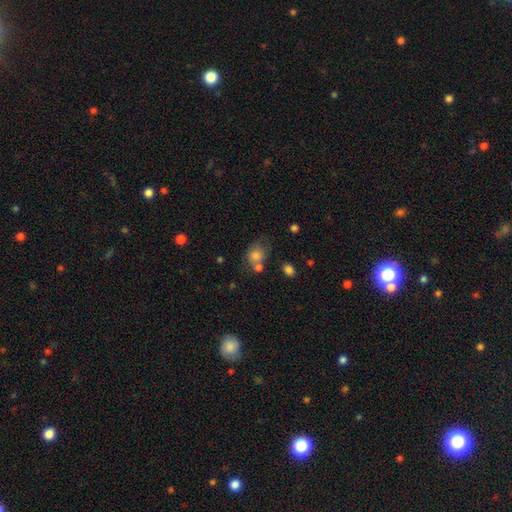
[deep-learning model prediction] This is likely a smooth galaxy (78%). How rounded: possibly round (56%). Merging: possibly none (49%).